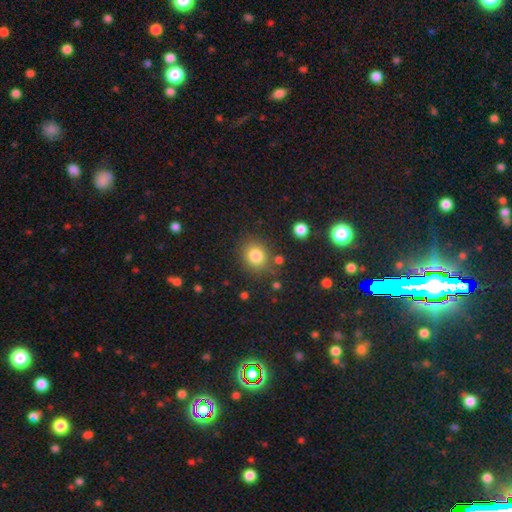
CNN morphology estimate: smooth 82%, star or artifact 12%, featured or disk 7%. Down the decision tree: how rounded — round (75%); merging — none (79%).